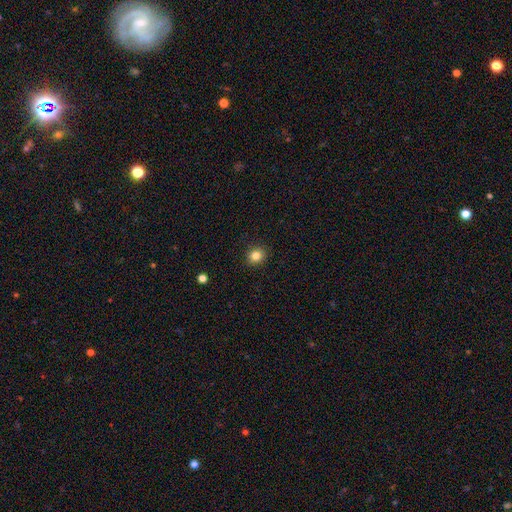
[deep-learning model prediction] smooth-or-featured: smooth: 83% | star or artifact: 11% | featured or disk: 6%
  how-rounded: round: 72% | in between: 27% | cigar-shaped: 1%
  merging: none: 91% | minor disturbance: 6% | major disturbance: 2% | merger: 1%